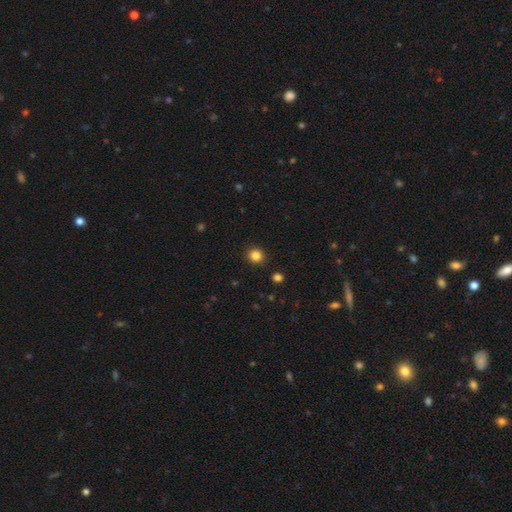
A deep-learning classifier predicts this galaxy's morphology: Q: Smooth or featured?
A: smooth (84%); runner-up: star or artifact (12%)
Q: How rounded?
A: round (86%); runner-up: in between (13%)
Q: Merging?
A: none (92%); runner-up: minor disturbance (5%)